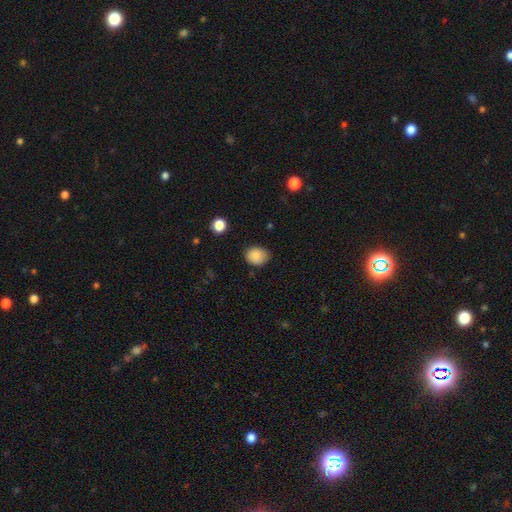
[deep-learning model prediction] Overall: smooth (87%). How rounded: round (53%; in between 46%). Merging: none (76%).